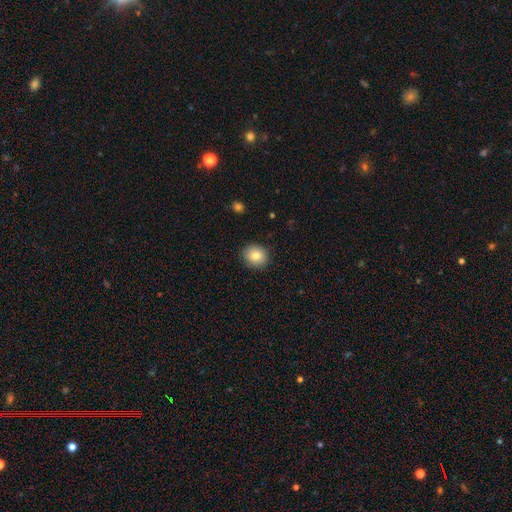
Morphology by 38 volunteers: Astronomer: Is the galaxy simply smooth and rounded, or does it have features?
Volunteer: smooth — 76%.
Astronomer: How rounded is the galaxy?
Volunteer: round — 72%.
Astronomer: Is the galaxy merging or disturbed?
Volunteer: none — 91%.